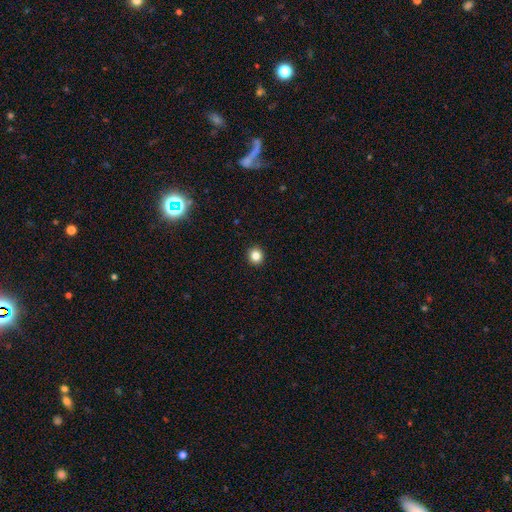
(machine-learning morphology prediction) Smooth or featured?
  - smooth: 84% *
  - star or artifact: 12%
  - featured or disk: 5%
How rounded?
  - round: 89% *
  - in between: 10%
  - cigar-shaped: 1%
Merging?
  - none: 93% *
  - minor disturbance: 4%
  - major disturbance: 1%
  - merger: 1%